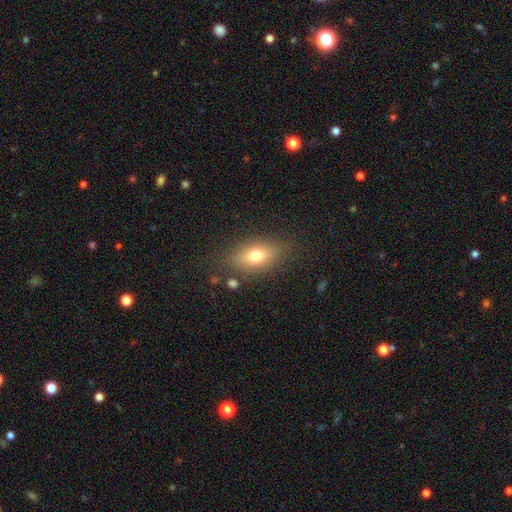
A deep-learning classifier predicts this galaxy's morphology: This appears to be a smooth galaxy with no disk features (73%) that is in between round and cigar-shaped (81%). Merging: none (80%).